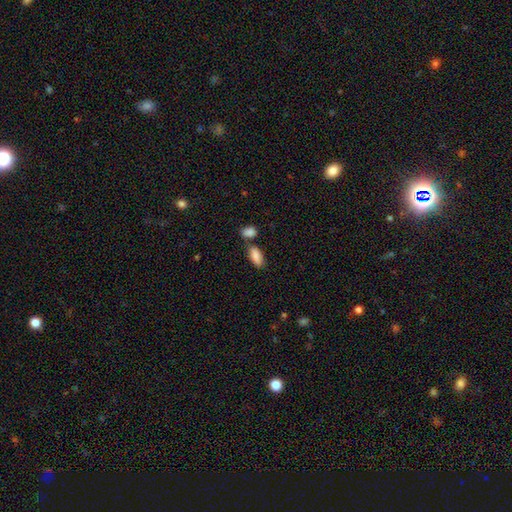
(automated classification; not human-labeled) This appears to be a smooth galaxy with no disk features (86%) that is in between round and cigar-shaped (85%). Merging: none (59%).